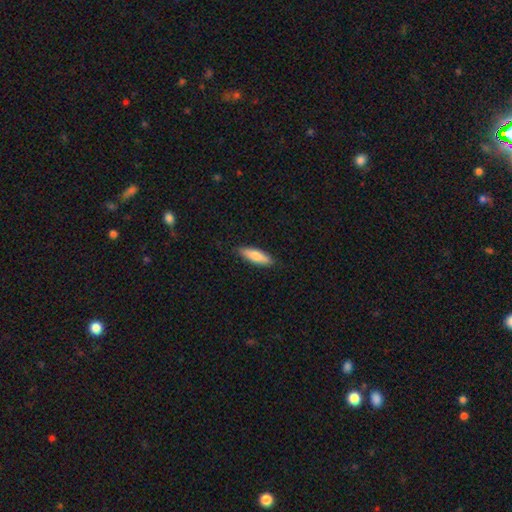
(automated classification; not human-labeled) Morphology: type=smooth (74%); roundness=cigar-shaped (51%); merging=none (87%).